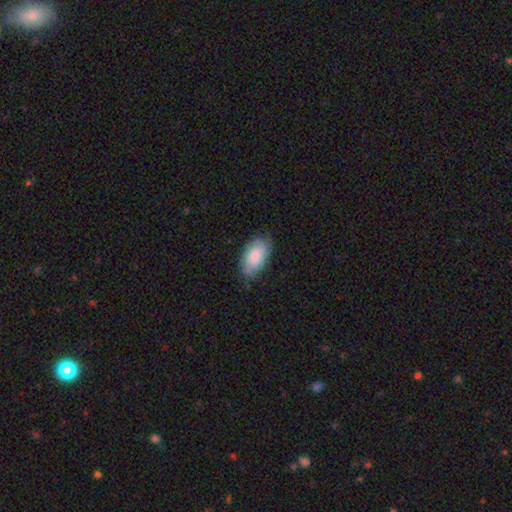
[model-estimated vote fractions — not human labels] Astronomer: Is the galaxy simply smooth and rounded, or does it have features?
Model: smooth — 81%.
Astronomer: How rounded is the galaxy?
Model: in between — 94%.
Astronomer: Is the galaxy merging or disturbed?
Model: none — 75%.